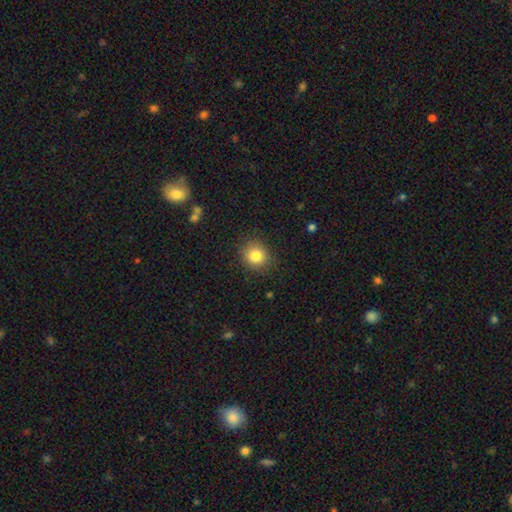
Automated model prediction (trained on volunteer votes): This is clearly a smooth galaxy (84%). How rounded: clearly round (81%). Merging: clearly none (86%).